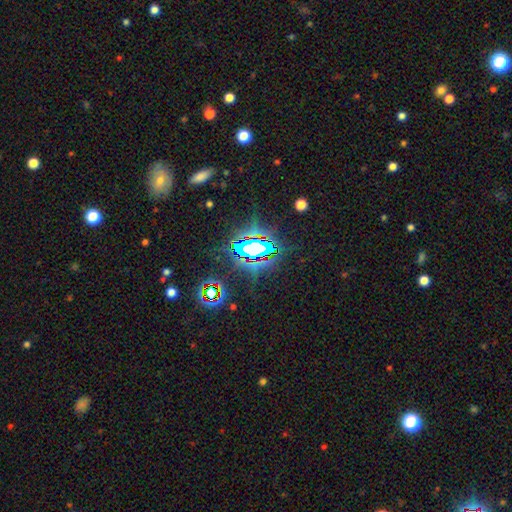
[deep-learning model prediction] A star or artifact, not a galaxy (72%).

Vote fractions:
- Smooth or featured? star or artifact: 72% / featured or disk: 14% / smooth: 14%